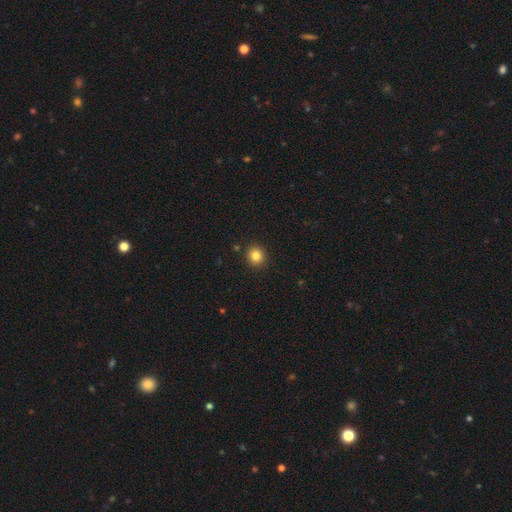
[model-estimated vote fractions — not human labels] smooth 83%, star or artifact 11%, featured or disk 5%. Down the decision tree: how rounded — round (88%); merging — none (91%).